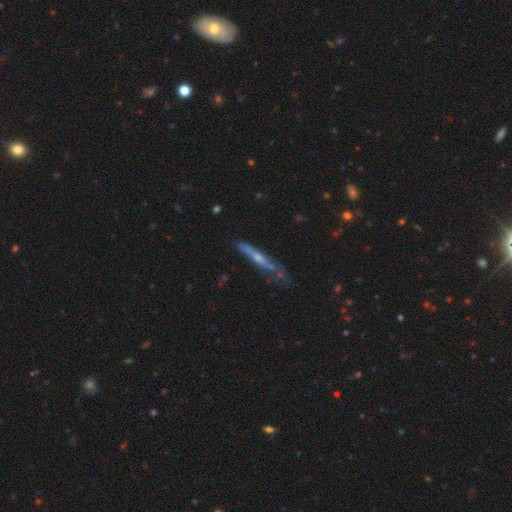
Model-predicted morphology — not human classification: A featured or disk galaxy (64%) viewed edge-on (86%) with a rounded central bulge (70%).

Vote fractions:
- Smooth or featured? featured or disk: 64% / smooth: 27% / star or artifact: 9%
- Edge-on disk? yes: 86% / no: 14%
- Edge-on bulge? rounded: 70% / none: 25% / boxy: 5%
- Merging? none: 60% / minor disturbance: 27% / major disturbance: 9% / merger: 4%